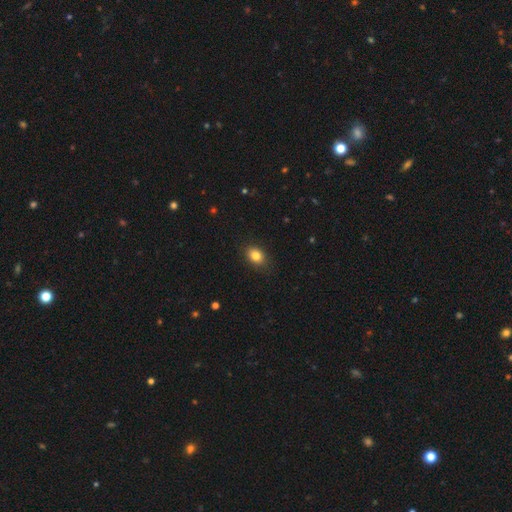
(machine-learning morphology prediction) The model was most divided on "how rounded": in between: 70%, round: 28%, cigar-shaped: 1%. More confident: merging — none (86%); smooth or featured — smooth (83%).